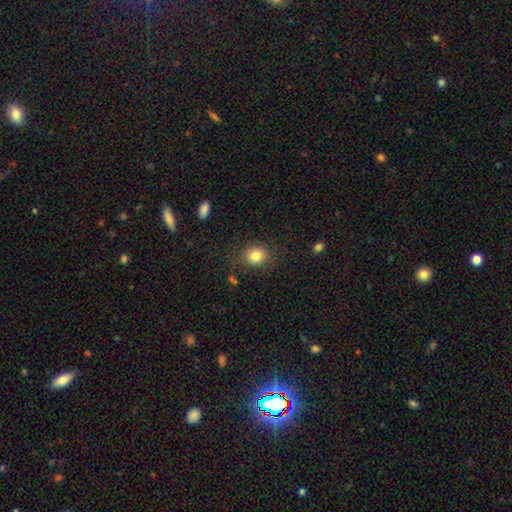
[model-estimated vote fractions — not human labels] Q: Smooth or featured?
A: smooth (82%); runner-up: star or artifact (11%)
Q: How rounded?
A: round (66%); runner-up: in between (34%)
Q: Merging?
A: none (81%); runner-up: minor disturbance (12%)